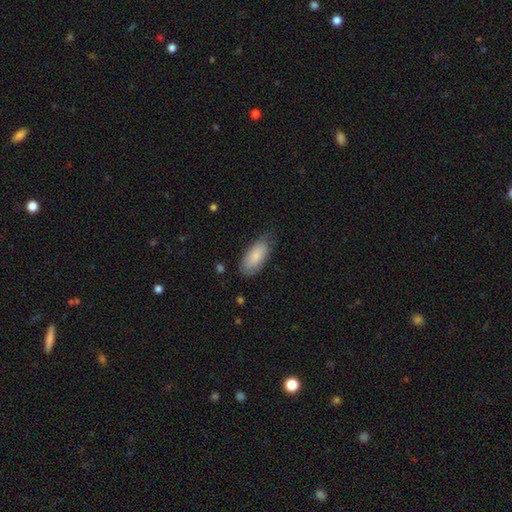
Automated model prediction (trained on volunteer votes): Smooth or featured: smooth — 83% (featured or disk — 12%)
How rounded: in between — 90% (cigar-shaped — 8%)
Merging: none — 69% (minor disturbance — 24%)